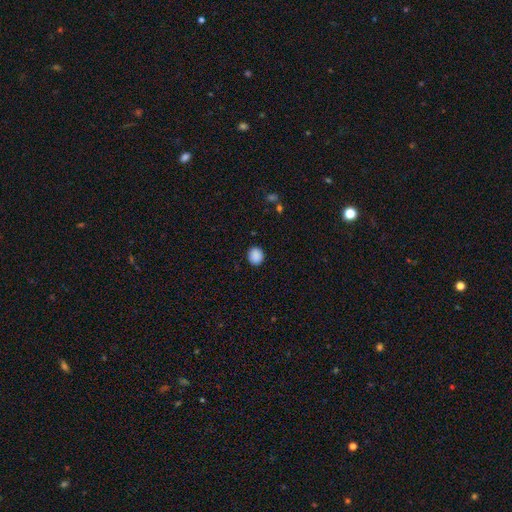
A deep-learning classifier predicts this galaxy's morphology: Overall: smooth (89%). How rounded: round (73%). Merging: none (89%).